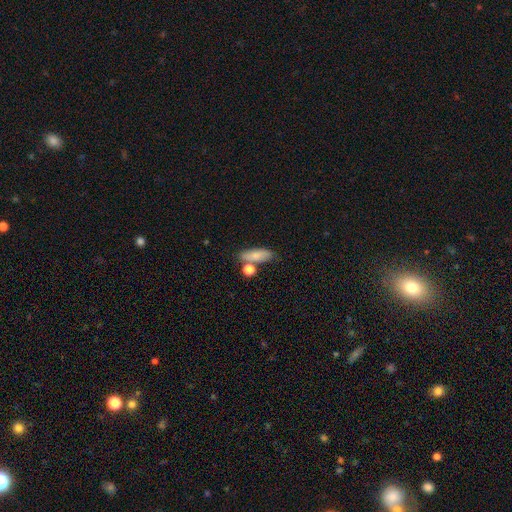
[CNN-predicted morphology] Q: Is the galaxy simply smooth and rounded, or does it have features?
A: smooth — 75%.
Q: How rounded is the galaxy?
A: in between — 66%.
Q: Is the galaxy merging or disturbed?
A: none — 62%.